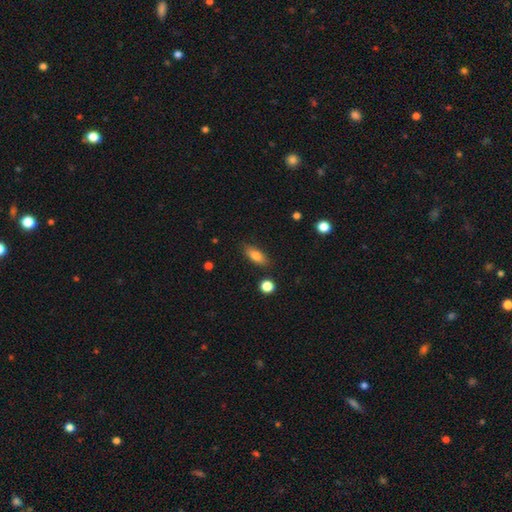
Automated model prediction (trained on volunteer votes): Overall: smooth (79%). How rounded: in between (77%). Merging: none (84%).